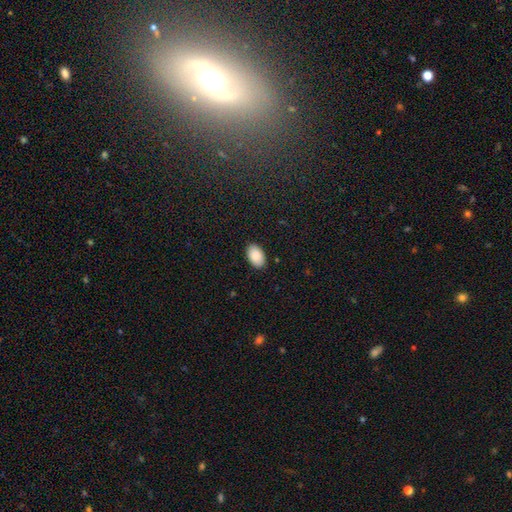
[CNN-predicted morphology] This appears to be a smooth galaxy with no disk features (86%) that is in between round and cigar-shaped (93%). Merging: none (89%).